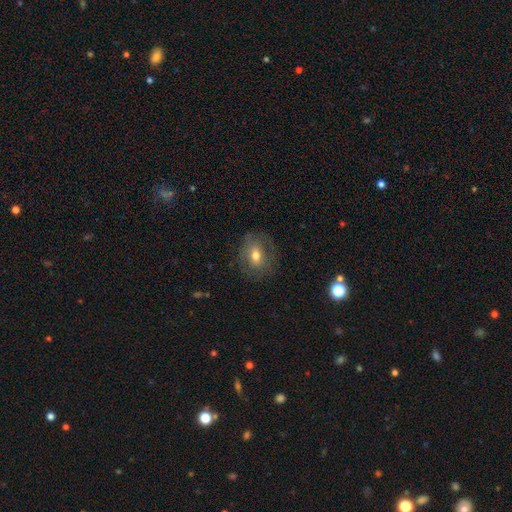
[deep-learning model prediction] The model was most divided on "how rounded": in between: 56%, round: 43%, cigar-shaped: 2%. More confident: merging — none (75%); smooth or featured — smooth (60%).